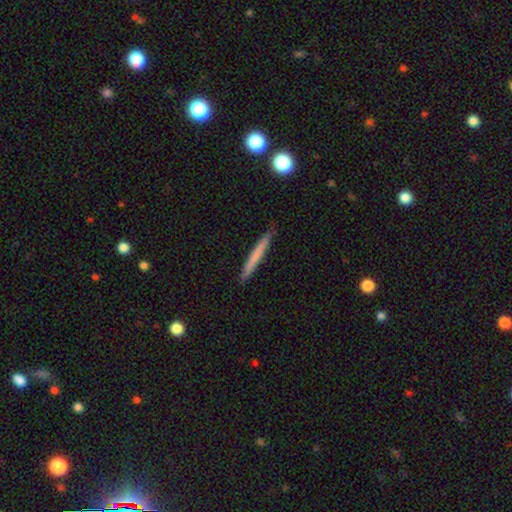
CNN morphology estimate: smooth-or-featured: smooth: 66% | featured or disk: 28% | star or artifact: 6%
  how-rounded: cigar-shaped: 97% | in between: 2% | round: 1%
  merging: none: 90% | minor disturbance: 7% | major disturbance: 1% | merger: 1%